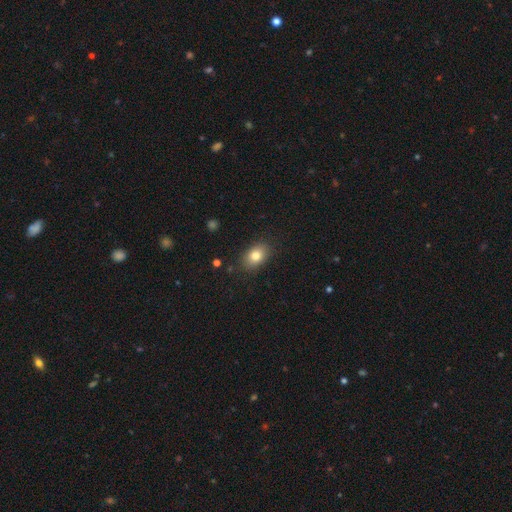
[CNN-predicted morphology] type=smooth (81%); roundness=in between (78%); merging=none (85%).